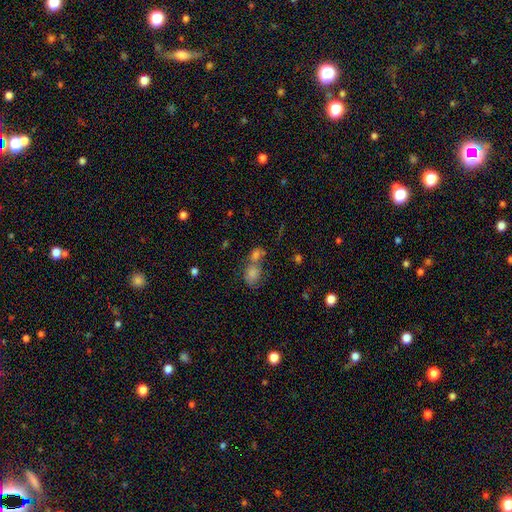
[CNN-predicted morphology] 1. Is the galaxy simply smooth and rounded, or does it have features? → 67% smooth, 21% star or artifact, 13% featured or disk.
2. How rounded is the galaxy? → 49% round, 48% in between, 3% cigar-shaped.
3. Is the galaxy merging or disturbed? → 48% merger, 37% none, 9% minor disturbance, 6% major disturbance.